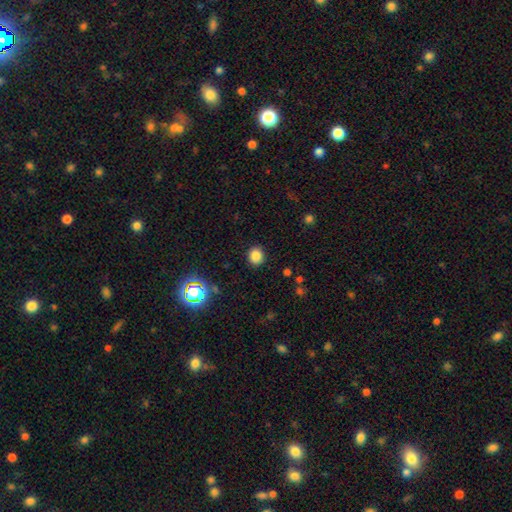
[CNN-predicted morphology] smooth 82%, star or artifact 13%, featured or disk 5%. Down the decision tree: how rounded — round (74%); merging — none (89%).